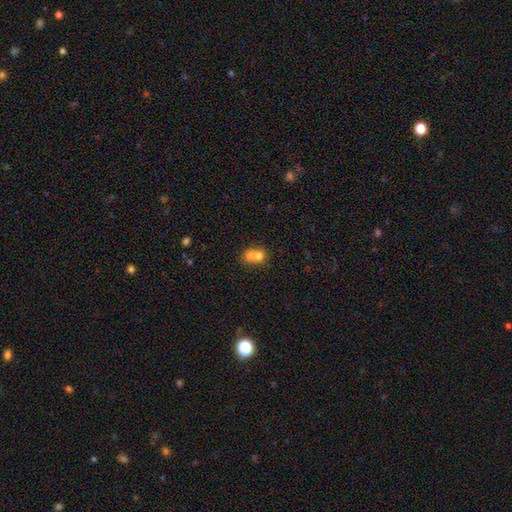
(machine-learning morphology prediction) type=smooth (70%); roundness=round (72%); merging=merger (68%).